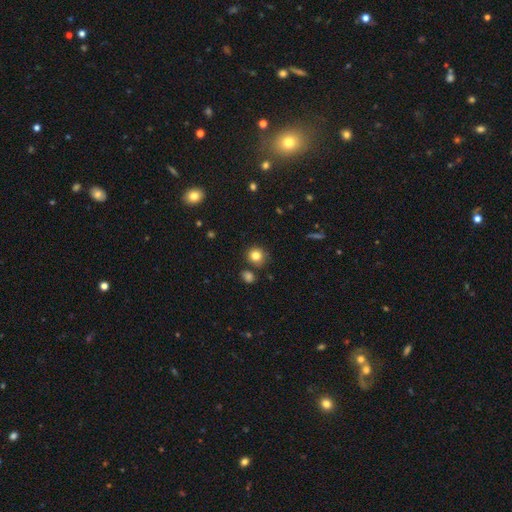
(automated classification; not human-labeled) Smooth or featured?
  - smooth: 83% *
  - star or artifact: 11%
  - featured or disk: 6%
How rounded?
  - round: 88% *
  - in between: 12%
  - cigar-shaped: 1%
Merging?
  - none: 78% *
  - minor disturbance: 12%
  - merger: 7%
  - major disturbance: 3%